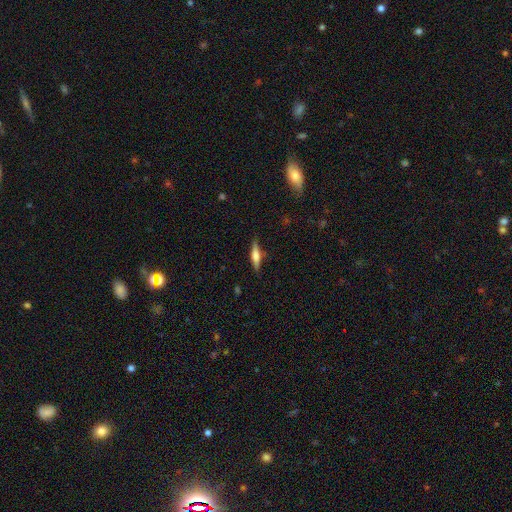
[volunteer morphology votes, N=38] Overall: smooth (53%; featured or disk 45%). How rounded: cigar-shaped (95%). Merging: none (73%).